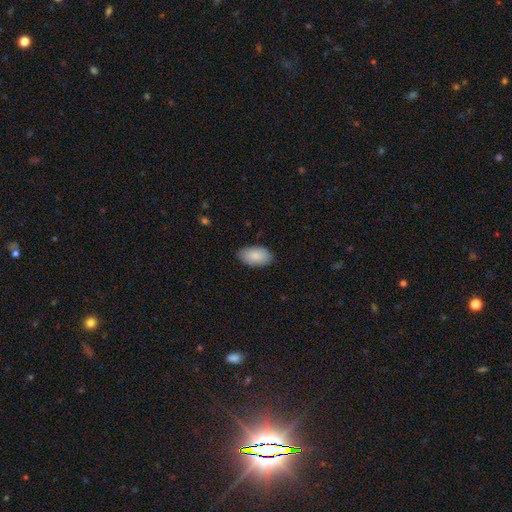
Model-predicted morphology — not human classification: A smooth galaxy with no disk features (87%) that is in between round and cigar-shaped (95%).

Vote fractions:
- Smooth or featured? smooth: 87% / featured or disk: 7% / star or artifact: 6%
- How rounded? in between: 95% / round: 4% / cigar-shaped: 2%
- Merging? none: 84% / minor disturbance: 13% / major disturbance: 2% / merger: 1%